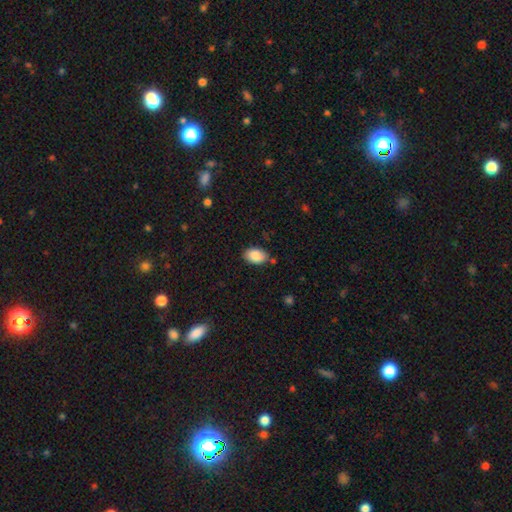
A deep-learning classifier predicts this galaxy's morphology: Smooth or featured?
  - smooth: 88% *
  - star or artifact: 7%
  - featured or disk: 6%
How rounded?
  - in between: 90% *
  - round: 9%
  - cigar-shaped: 1%
Merging?
  - none: 78% *
  - minor disturbance: 15%
  - merger: 4%
  - major disturbance: 3%